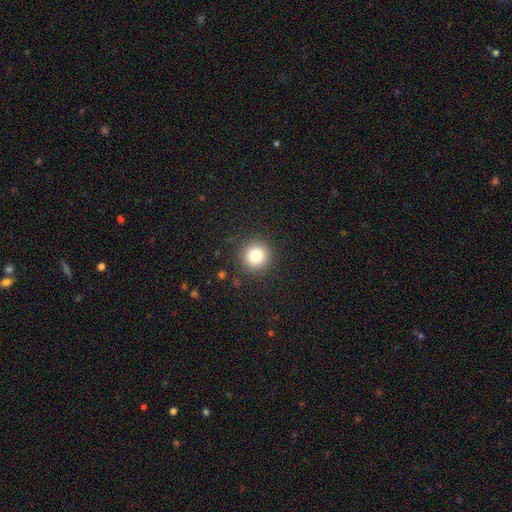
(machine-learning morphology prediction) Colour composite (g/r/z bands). It shows a smooth galaxy with no disk features (80%) that is round (95%). Merging: none (91%).